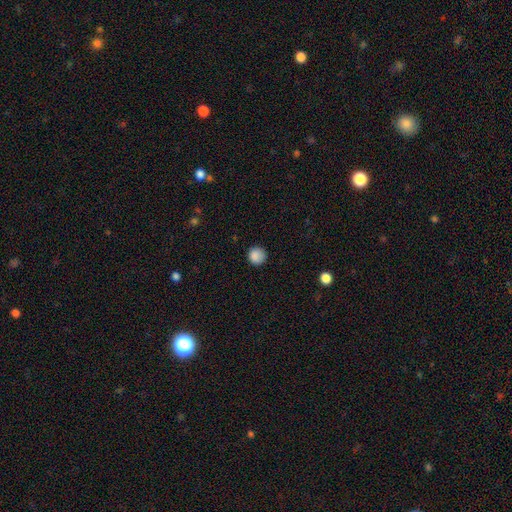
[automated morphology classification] A smooth galaxy with no disk features (87%) that is round (93%).

Vote fractions:
- Smooth or featured? smooth: 87% / star or artifact: 9% / featured or disk: 4%
- How rounded? round: 93% / in between: 6% / cigar-shaped: 1%
- Merging? none: 86% / minor disturbance: 11% / major disturbance: 3% / merger: 1%